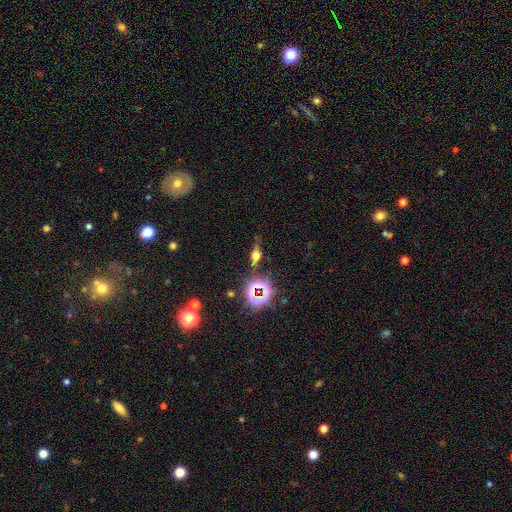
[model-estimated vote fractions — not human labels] A featured or disk galaxy (43%). Merging: none (74%).